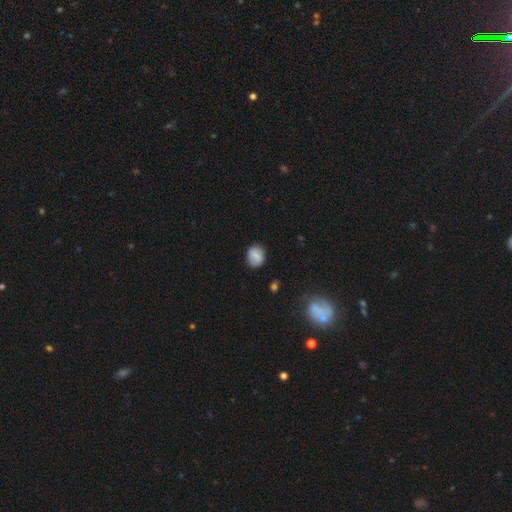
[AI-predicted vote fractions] smooth-or-featured: smooth: 71% | featured or disk: 20% | star or artifact: 8%
  how-rounded: round: 62% | in between: 37% | cigar-shaped: 1%
  merging: none: 82% | minor disturbance: 13% | major disturbance: 3% | merger: 1%